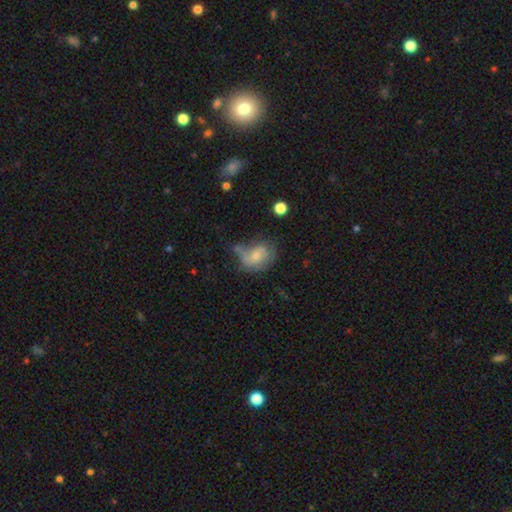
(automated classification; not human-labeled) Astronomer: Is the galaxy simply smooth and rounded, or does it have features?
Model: smooth — 54% (runner-up: featured or disk, 37%).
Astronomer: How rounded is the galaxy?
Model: in between — 67%.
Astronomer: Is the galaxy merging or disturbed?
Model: none — 32% (runner-up: minor disturbance, 29%).